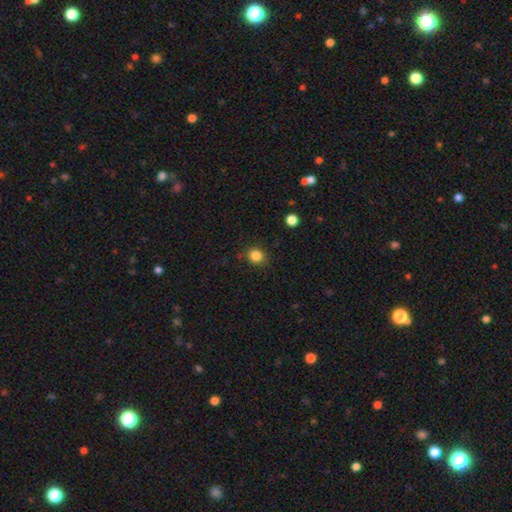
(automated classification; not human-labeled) smooth 84%, star or artifact 12%, featured or disk 4%. Down the decision tree: how rounded — round (81%); merging — none (86%).